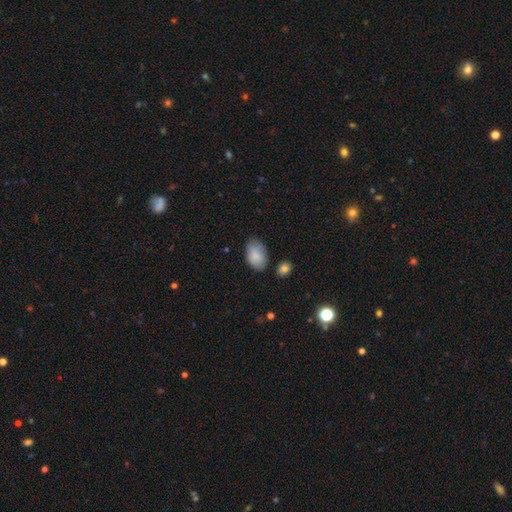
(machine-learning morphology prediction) The model was most divided on "merging": none: 69%, minor disturbance: 23%, major disturbance: 5%, merger: 4%. More confident: how rounded — in between (91%); smooth or featured — smooth (86%).